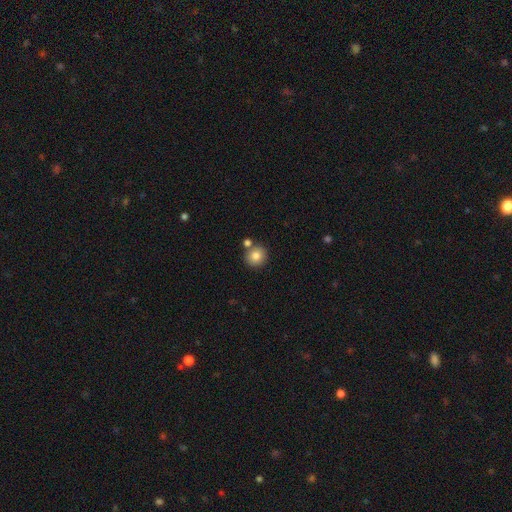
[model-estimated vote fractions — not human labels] The model was most divided on "merging": none: 75%, merger: 15%, minor disturbance: 8%, major disturbance: 2%. More confident: how rounded — round (91%); smooth or featured — smooth (82%).